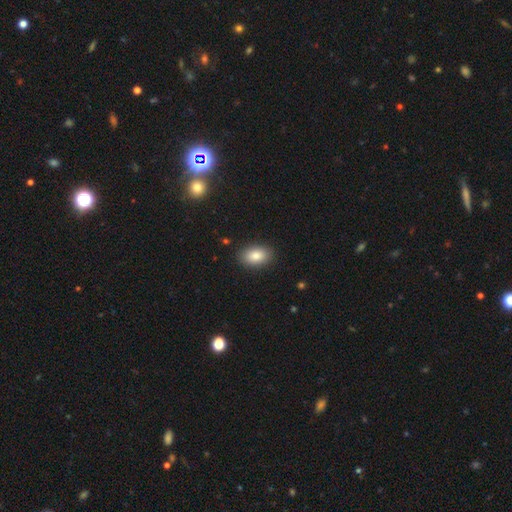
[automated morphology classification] The model was most divided on "smooth or featured": smooth: 84%, featured or disk: 8%, star or artifact: 8%. More confident: how rounded — in between (89%); merging — none (88%).